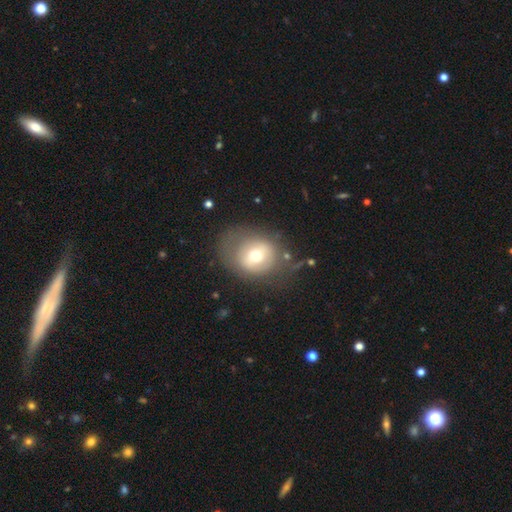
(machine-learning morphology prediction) Smooth or featured: smooth — 58% (featured or disk — 33%)
How rounded: round — 63% (in between — 36%)
Merging: none — 62% (minor disturbance — 20%)